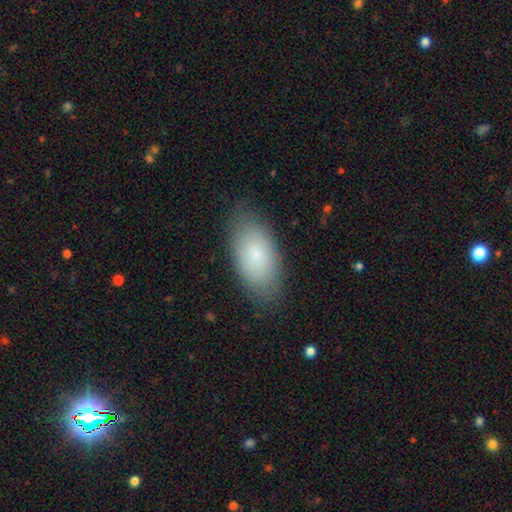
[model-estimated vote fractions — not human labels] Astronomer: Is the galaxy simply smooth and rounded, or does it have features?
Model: smooth — 79%.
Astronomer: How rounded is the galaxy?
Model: in between — 93%.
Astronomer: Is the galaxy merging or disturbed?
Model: none — 82%.